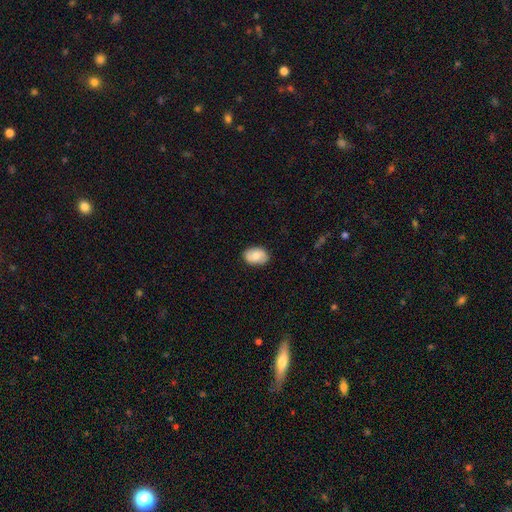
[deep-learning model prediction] Q: Smooth or featured?
A: smooth (68%); runner-up: featured or disk (24%)
Q: How rounded?
A: in between (83%); runner-up: round (16%)
Q: Merging?
A: none (85%); runner-up: minor disturbance (12%)